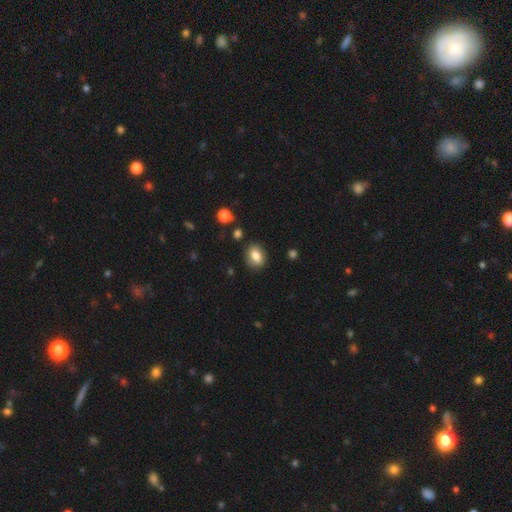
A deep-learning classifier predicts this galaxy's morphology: Overall: smooth (81%). How rounded: in between (61%; round 38%). Merging: none (84%).